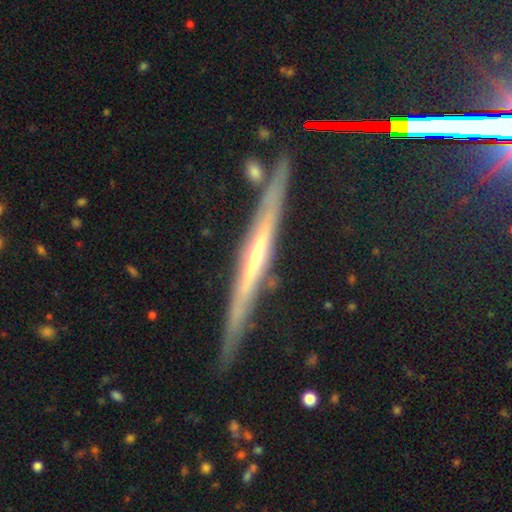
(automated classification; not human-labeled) featured or disk 73%, star or artifact 14%, smooth 13%. Down the decision tree: edge-on disk — yes (95%); edge-on bulge — none (49%); merging — none (83%).